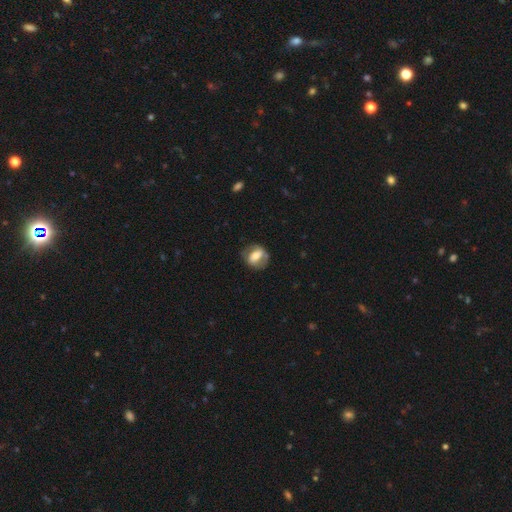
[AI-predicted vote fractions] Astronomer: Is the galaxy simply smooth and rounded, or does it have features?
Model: smooth — 49% (runner-up: featured or disk, 44%).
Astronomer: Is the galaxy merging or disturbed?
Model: none — 70%.